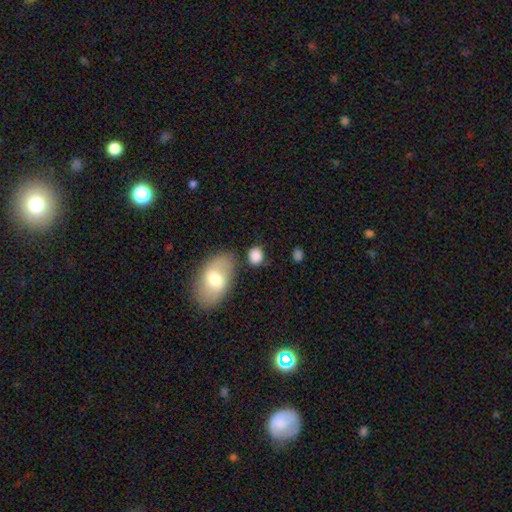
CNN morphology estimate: Smooth or featured? Predicted: smooth (p=0.85). How rounded? Predicted: in between (p=0.49, tied with round). Merging? Predicted: none (p=0.66).